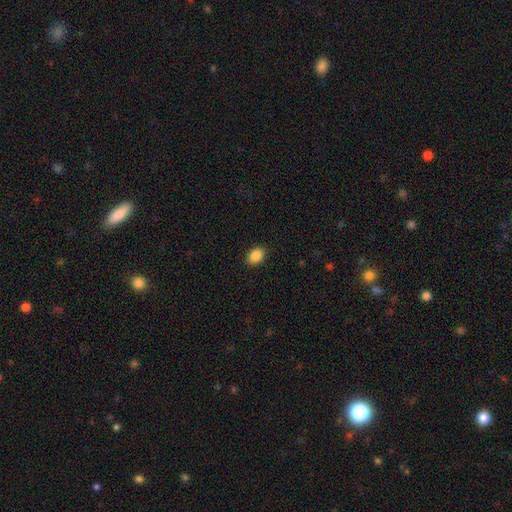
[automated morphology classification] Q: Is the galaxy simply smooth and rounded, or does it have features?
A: smooth — 88%.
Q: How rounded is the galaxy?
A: in between — 70%.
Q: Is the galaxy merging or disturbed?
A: none — 90%.